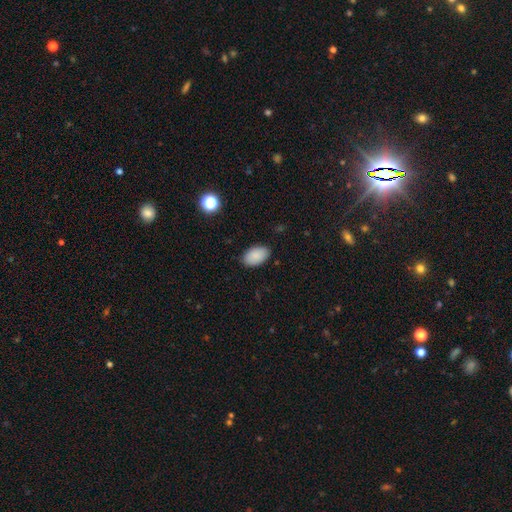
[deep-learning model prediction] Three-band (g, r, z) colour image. It shows a smooth galaxy with no disk features (89%) that is in between round and cigar-shaped (93%). Merging: none (87%).